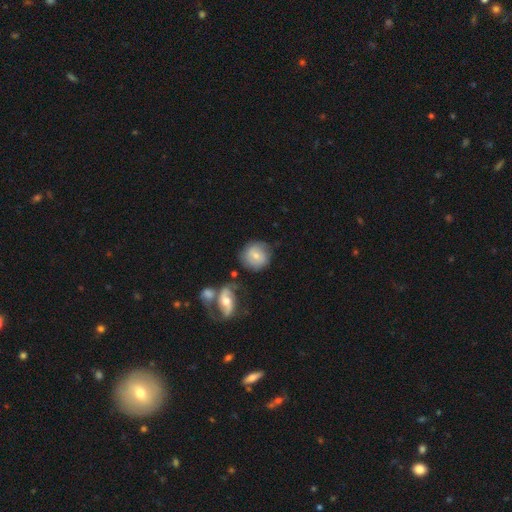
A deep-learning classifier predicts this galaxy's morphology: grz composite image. It shows a smooth galaxy with no disk features (58%) that is round (86%). Merging: none (66%).